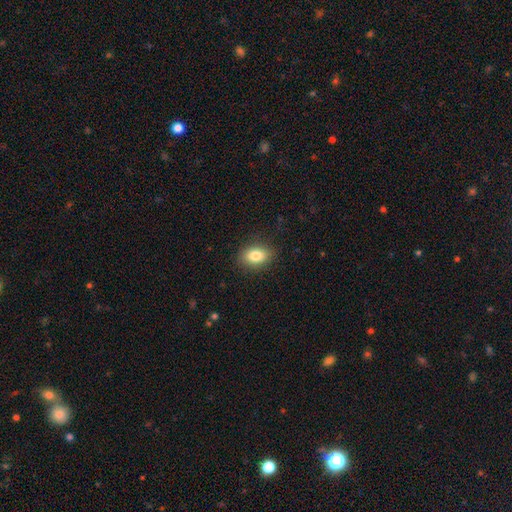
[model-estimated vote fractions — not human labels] Smooth or featured: smooth — 82% (featured or disk — 9%)
How rounded: in between — 80% (round — 17%)
Merging: none — 87% (minor disturbance — 9%)